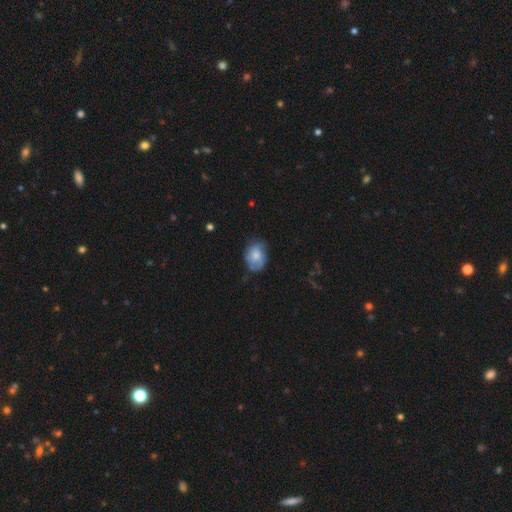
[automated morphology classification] Q: Smooth or featured?
A: smooth (58%); runner-up: featured or disk (35%)
Q: How rounded?
A: in between (64%); runner-up: round (35%)
Q: Merging?
A: none (60%); runner-up: minor disturbance (29%)